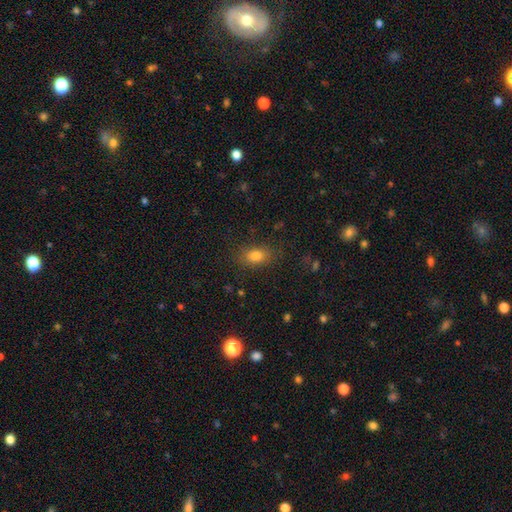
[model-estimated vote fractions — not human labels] smooth 79%, star or artifact 13%, featured or disk 8%. Down the decision tree: how rounded — in between (79%); merging — none (82%).